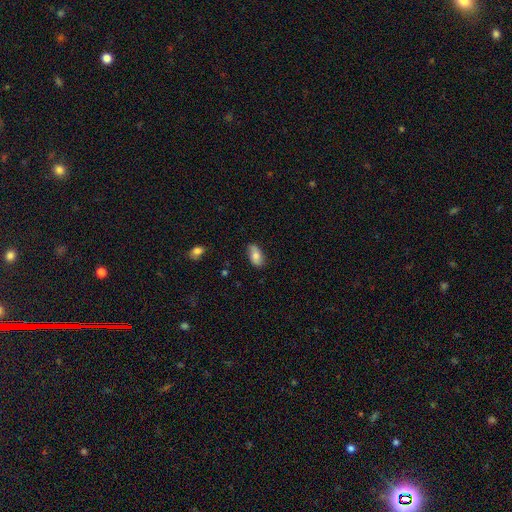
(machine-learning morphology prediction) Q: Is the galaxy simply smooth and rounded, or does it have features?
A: smooth — 75%.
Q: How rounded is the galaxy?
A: in between — 92%.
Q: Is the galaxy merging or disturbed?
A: none — 79%.